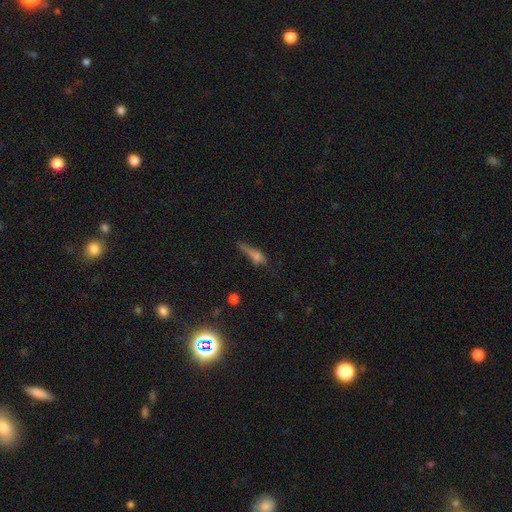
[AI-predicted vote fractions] Smooth or featured? smooth (49%)
Merging? none (40%)